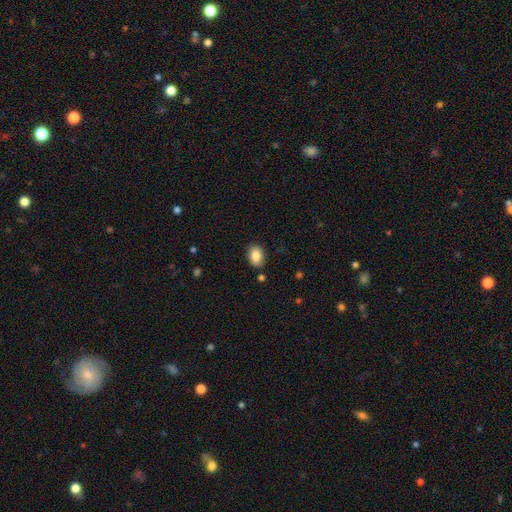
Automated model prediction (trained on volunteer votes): smooth-or-featured: smooth: 86% | star or artifact: 8% | featured or disk: 7%
  how-rounded: in between: 82% | round: 17% | cigar-shaped: 1%
  merging: none: 85% | minor disturbance: 10% | major disturbance: 2% | merger: 2%